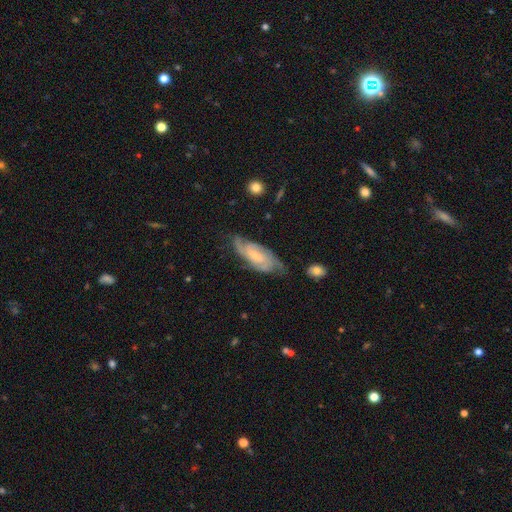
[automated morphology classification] Q: Smooth or featured?
A: featured or disk (78%); runner-up: smooth (16%)
Q: Edge-on disk?
A: no (91%); runner-up: yes (9%)
Q: Bar?
A: no (45%); runner-up: weak (44%)
Q: Spiral arms?
A: yes (95%); runner-up: no (5%)
Q: Spiral winding?
A: tight (49%); runner-up: medium (40%)
Q: Spiral arm count?
A: 2 (42%); runner-up: can't tell (25%)
Q: Bulge size?
A: small (53%); runner-up: moderate (38%)
Q: Merging?
A: none (65%); runner-up: minor disturbance (25%)